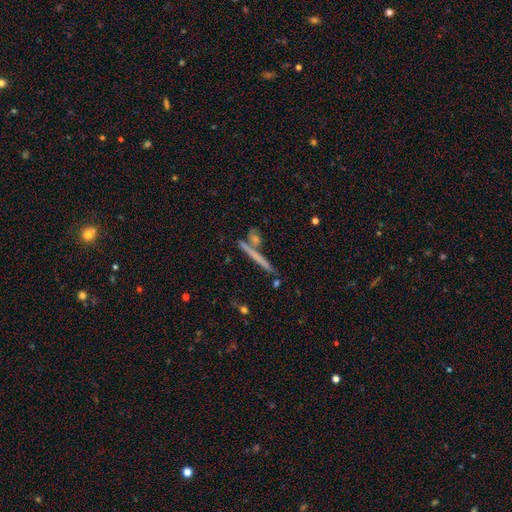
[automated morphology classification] Overall: featured or disk (48%; smooth 44%). Merging: none (77%).